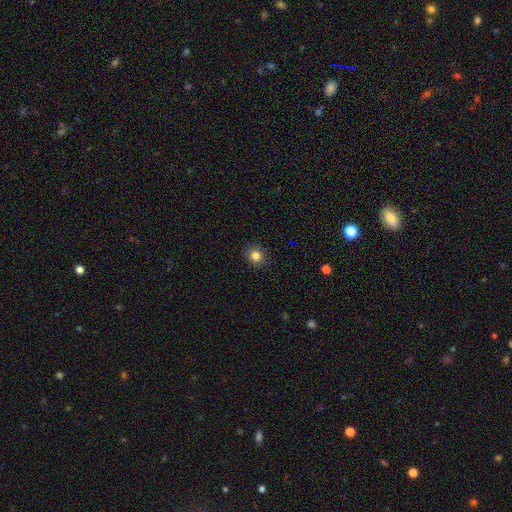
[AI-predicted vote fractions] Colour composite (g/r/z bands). It shows a smooth galaxy with no disk features (83%) that is round (81%). Merging: none (88%).